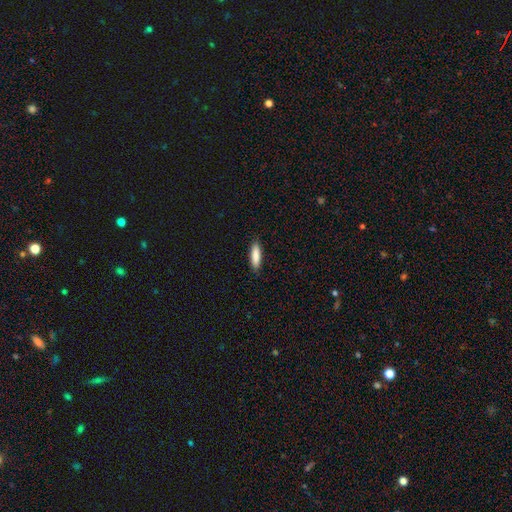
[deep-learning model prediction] Overall: smooth (87%). How rounded: cigar-shaped (61%; in between 38%). Merging: none (88%).